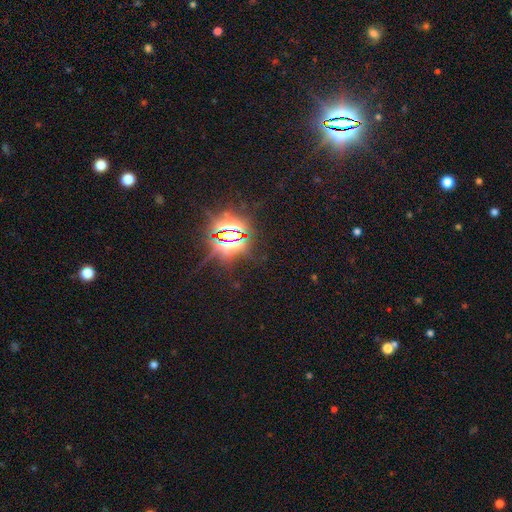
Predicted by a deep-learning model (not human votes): This appears to be a star or artifact, not a galaxy (86%).